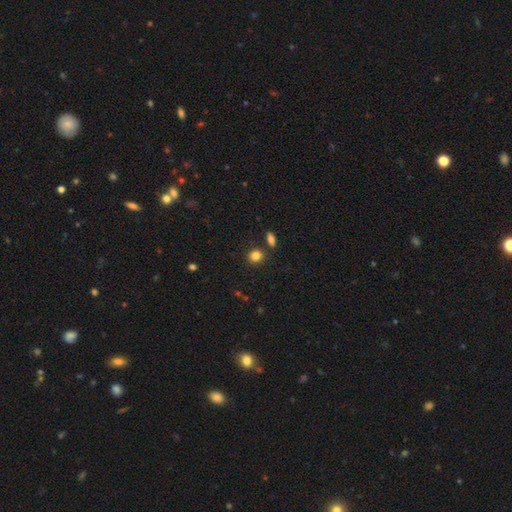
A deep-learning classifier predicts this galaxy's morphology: smooth_or_featured: smooth (p=0.84) [alt: star or artifact p=0.11]
how_rounded: round (p=0.77) [alt: in between p=0.22]
merging: none (p=0.82) [alt: minor disturbance p=0.08]